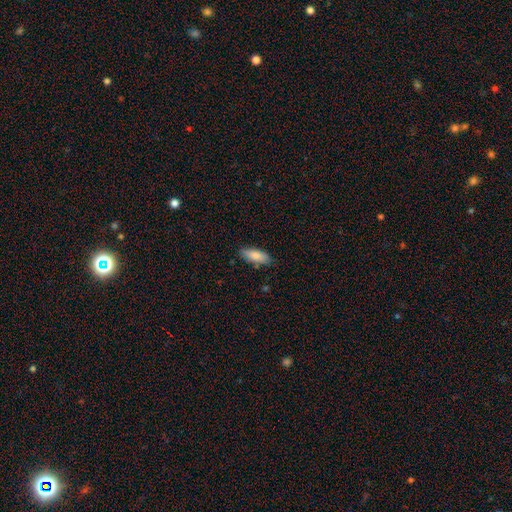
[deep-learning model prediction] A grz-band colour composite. It shows a smooth galaxy with no disk features (86%) that is in between round and cigar-shaped (71%). Merging: none (83%).